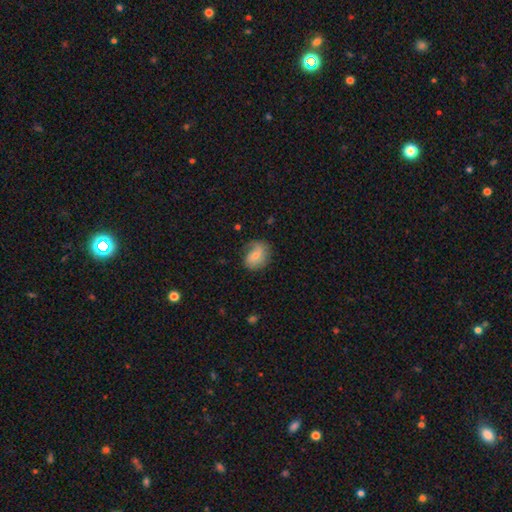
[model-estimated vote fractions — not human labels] smooth-or-featured: smooth: 57% | featured or disk: 36% | star or artifact: 8%
  how-rounded: in between: 56% | round: 43% | cigar-shaped: 1%
  merging: none: 61% | minor disturbance: 27% | major disturbance: 11% | merger: 2%